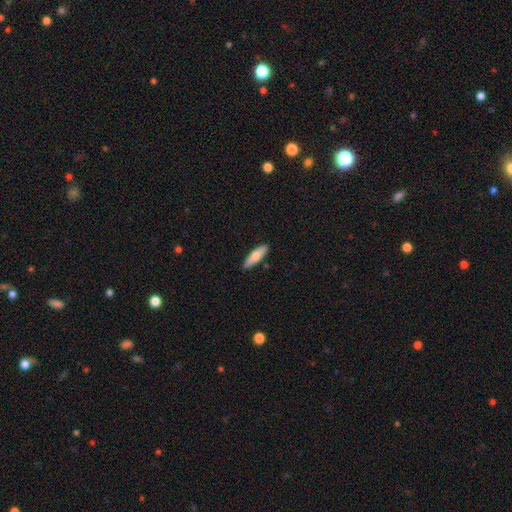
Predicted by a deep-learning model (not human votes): smooth_or_featured: smooth (p=0.71) [alt: featured or disk p=0.24]
how_rounded: cigar-shaped (p=0.62) [alt: in between p=0.36]
merging: none (p=0.88) [alt: minor disturbance p=0.09]